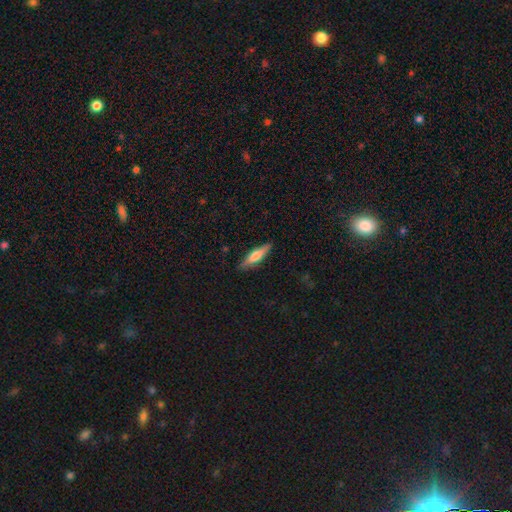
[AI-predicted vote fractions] A smooth galaxy with no disk features (52%) that is cigar-shaped (76%).

Vote fractions:
- Smooth or featured? smooth: 52% / featured or disk: 43% / star or artifact: 6%
- How rounded? cigar-shaped: 76% / in between: 22% / round: 2%
- Merging? none: 88% / minor disturbance: 9% / major disturbance: 2% / merger: 1%